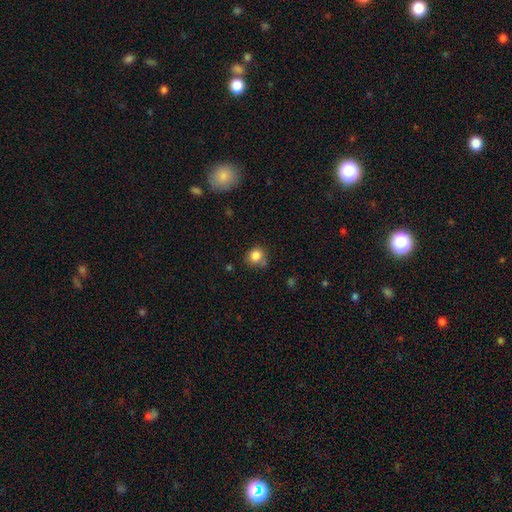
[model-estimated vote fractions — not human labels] This is clearly a smooth galaxy (84%). How rounded: clearly round (81%). Merging: likely none (67%).